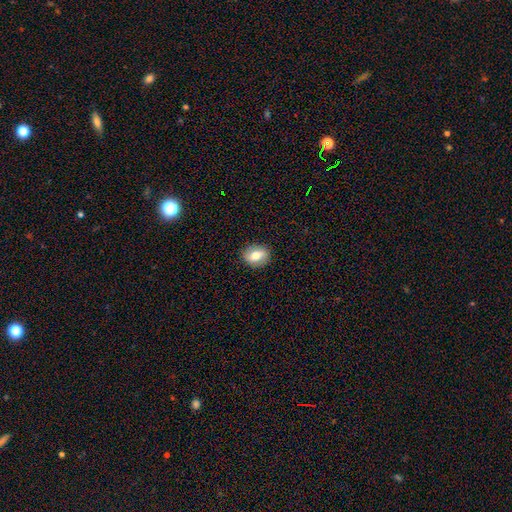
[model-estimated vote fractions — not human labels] Smooth or featured? Predicted: smooth (p=0.66). How rounded? Predicted: in between (p=0.57). Merging? Predicted: none (p=0.88).